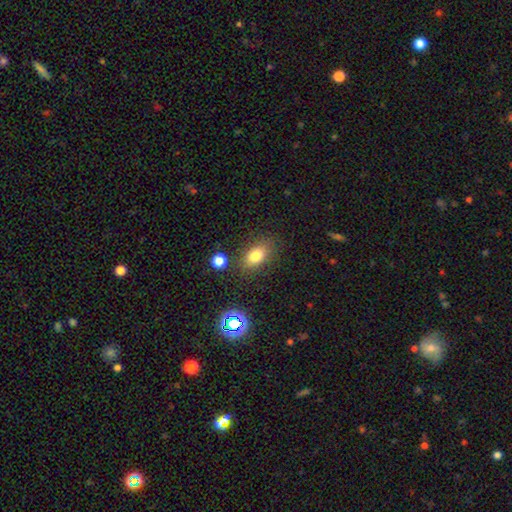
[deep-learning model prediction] Smooth or featured?
  - smooth: 78% *
  - star or artifact: 12%
  - featured or disk: 10%
How rounded?
  - in between: 82% *
  - round: 14%
  - cigar-shaped: 4%
Merging?
  - none: 80% *
  - minor disturbance: 12%
  - merger: 4%
  - major disturbance: 4%